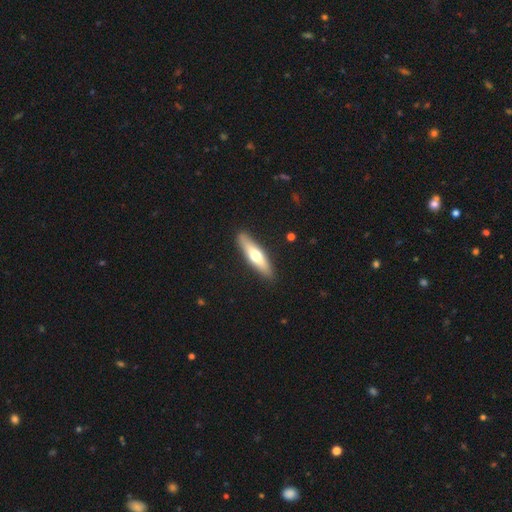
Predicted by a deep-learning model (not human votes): The model was most divided on "smooth or featured": smooth: 52%, featured or disk: 43%, star or artifact: 5%. More confident: merging — none (89%); how rounded — cigar-shaped (75%).